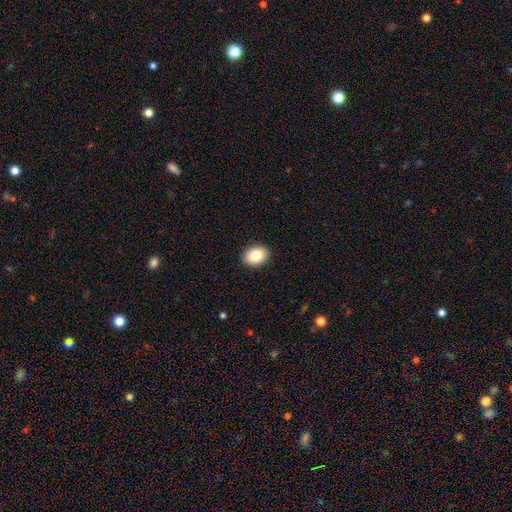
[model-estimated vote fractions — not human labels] Smooth or featured? smooth (85%)
How rounded? in between (69%)
Merging? none (91%)